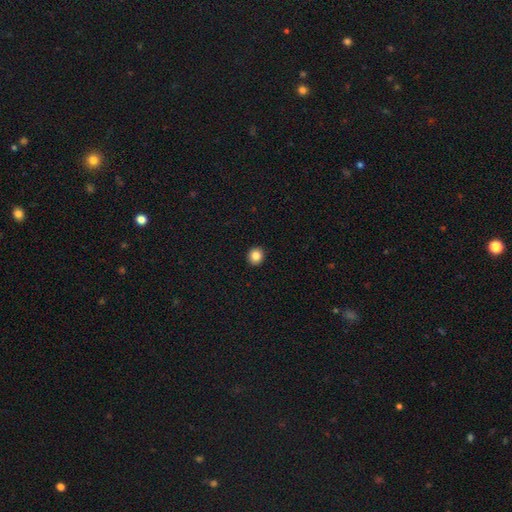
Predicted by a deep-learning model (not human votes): Overall: smooth (86%). How rounded: round (89%). Merging: none (93%).